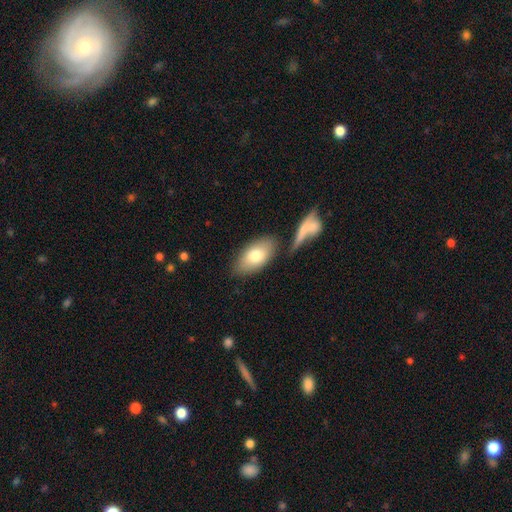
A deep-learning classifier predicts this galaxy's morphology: Smooth or featured: smooth — 75% (featured or disk — 19%)
How rounded: in between — 92% (round — 5%)
Merging: none — 73% (minor disturbance — 14%)